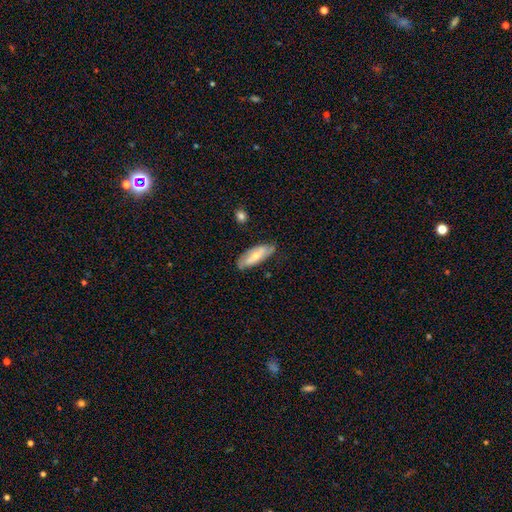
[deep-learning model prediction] smooth-or-featured: smooth: 48% | featured or disk: 46% | star or artifact: 6%
  merging: none: 74% | minor disturbance: 21% | major disturbance: 4% | merger: 2%